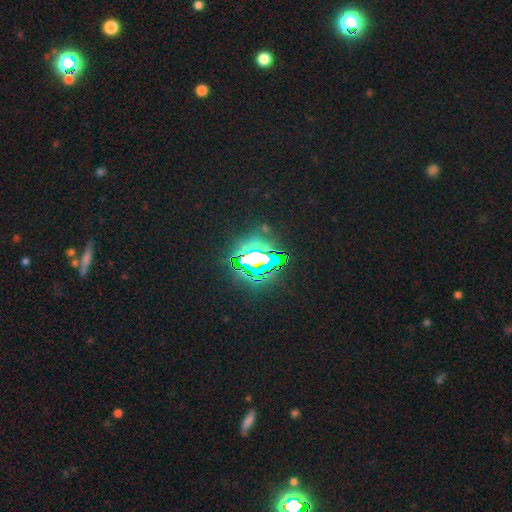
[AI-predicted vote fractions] The model was most divided on "smooth or featured": star or artifact: 84%, smooth: 9%, featured or disk: 7%.